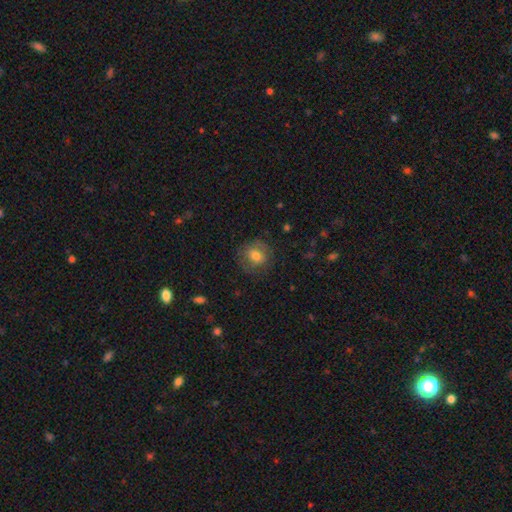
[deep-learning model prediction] This appears to be a smooth galaxy with no disk features (68%) that is round (81%). Merging: none (78%).